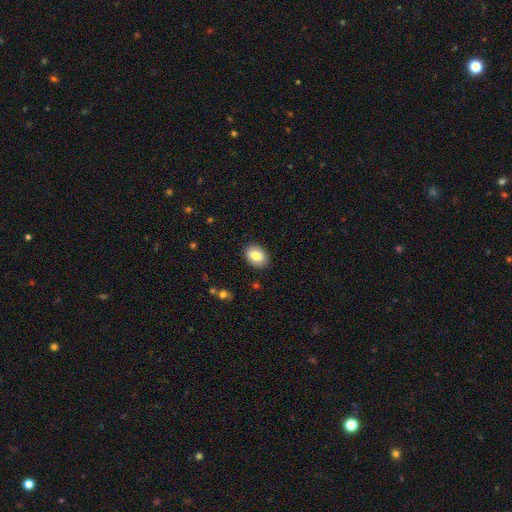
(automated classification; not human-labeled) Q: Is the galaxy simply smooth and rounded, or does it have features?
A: smooth — 82%.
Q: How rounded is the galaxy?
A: in between — 77%.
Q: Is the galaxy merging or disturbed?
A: none — 87%.